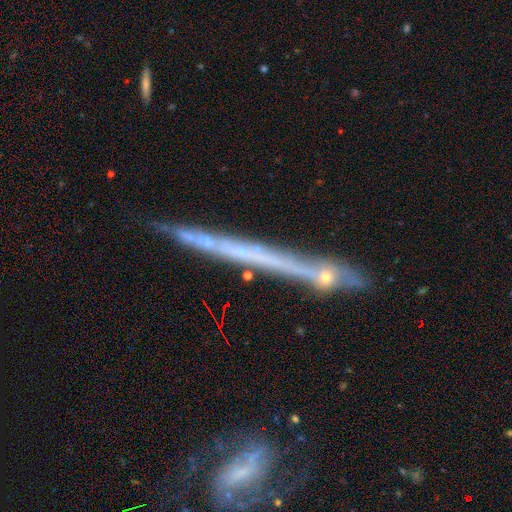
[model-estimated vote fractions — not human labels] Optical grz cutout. It shows a featured or disk galaxy (72%) viewed edge-on (89%) with no central bulge (85%). Merging: none (68%).